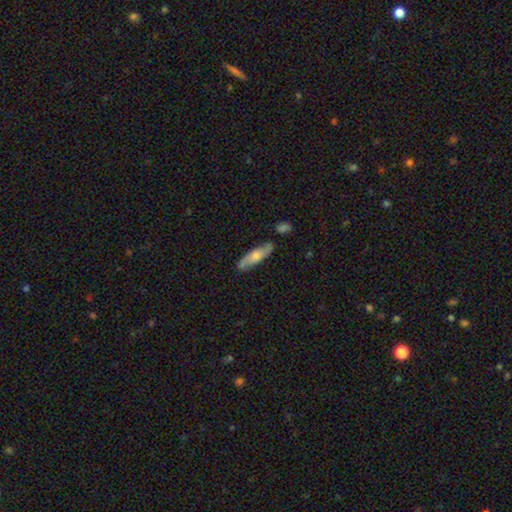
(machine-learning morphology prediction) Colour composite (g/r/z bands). It shows a smooth galaxy with no disk features (51%) that is cigar-shaped (65%). Merging: none (78%).